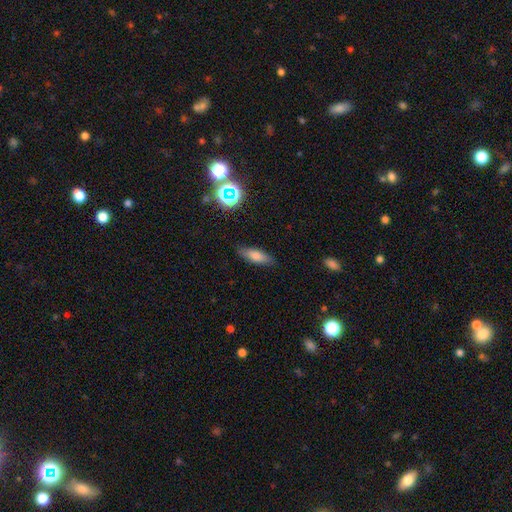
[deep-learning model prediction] smooth-or-featured: smooth: 73% | featured or disk: 18% | star or artifact: 10%
  how-rounded: in between: 52% | cigar-shaped: 45% | round: 3%
  merging: none: 85% | minor disturbance: 11% | major disturbance: 2% | merger: 1%